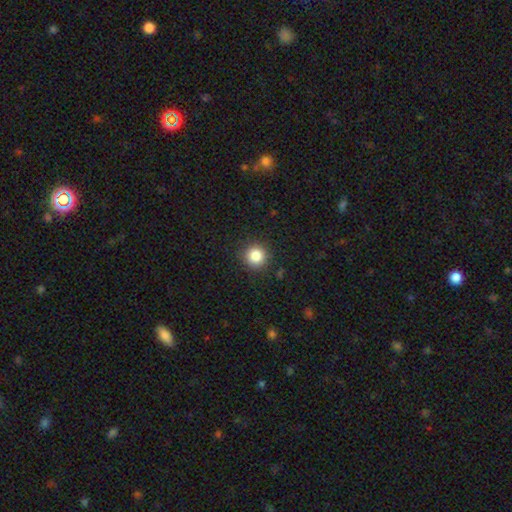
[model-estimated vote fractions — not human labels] Smooth or featured?
  - smooth: 85% *
  - star or artifact: 11%
  - featured or disk: 4%
How rounded?
  - round: 94% *
  - in between: 5%
  - cigar-shaped: 1%
Merging?
  - none: 90% *
  - minor disturbance: 7%
  - major disturbance: 2%
  - merger: 1%